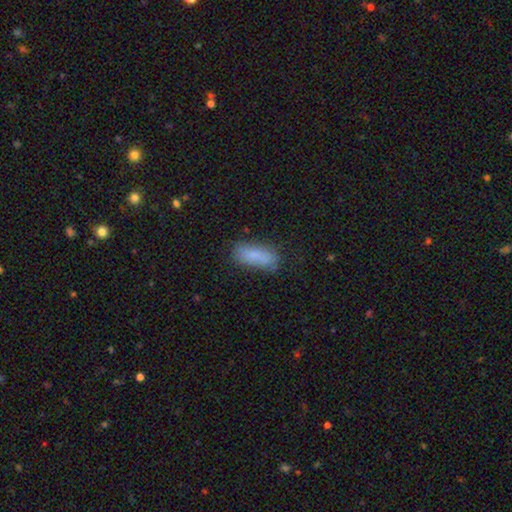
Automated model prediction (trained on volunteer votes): Smooth or featured? Predicted: smooth (p=0.83). How rounded? Predicted: in between (p=0.73). Merging? Predicted: none (p=0.69).